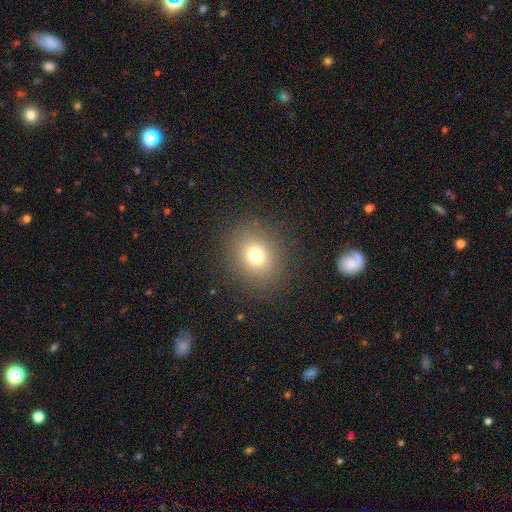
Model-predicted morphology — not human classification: The model was most divided on "smooth or featured": smooth: 73%, star or artifact: 17%, featured or disk: 10%. More confident: merging — none (87%); how rounded — round (79%).